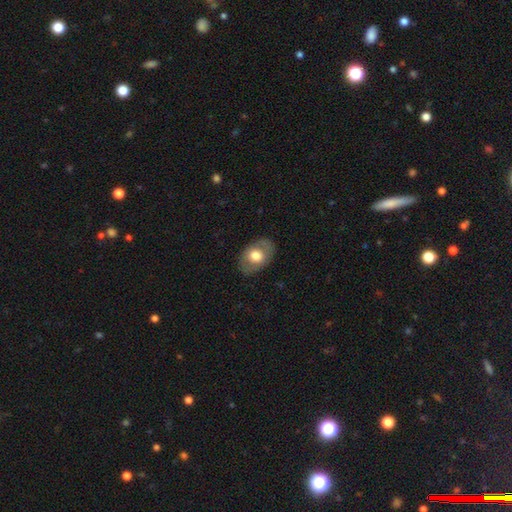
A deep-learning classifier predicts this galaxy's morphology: The model was most divided on "smooth or featured": smooth: 61%, featured or disk: 32%, star or artifact: 6%. More confident: merging — none (81%); how rounded — in between (80%).